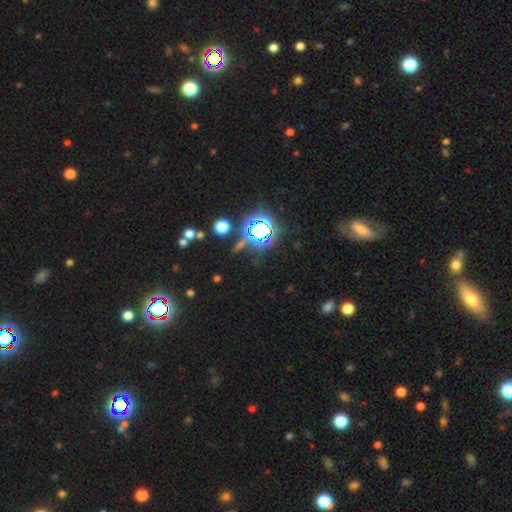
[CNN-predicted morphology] Q: Smooth or featured?
A: star or artifact (79%); runner-up: smooth (13%)